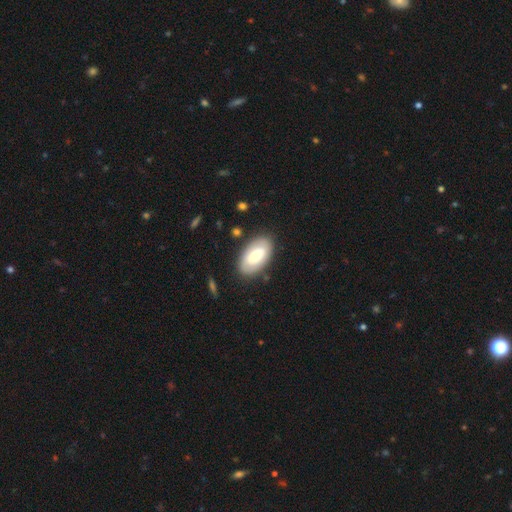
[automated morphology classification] Smooth or featured?
  - smooth: 65% *
  - featured or disk: 29%
  - star or artifact: 6%
How rounded?
  - in between: 94% *
  - round: 3%
  - cigar-shaped: 2%
Merging?
  - none: 83% *
  - minor disturbance: 12%
  - major disturbance: 3%
  - merger: 2%